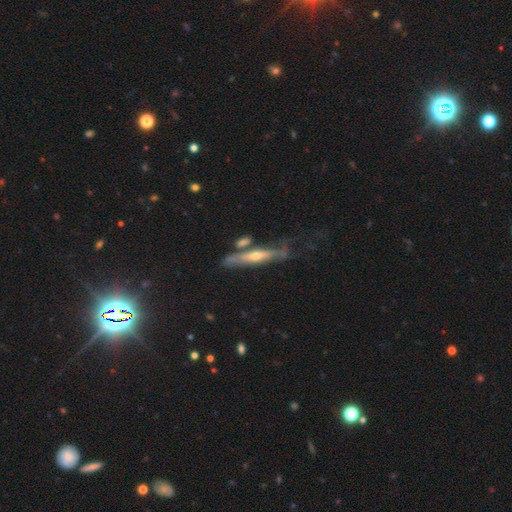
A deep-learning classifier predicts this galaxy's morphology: Smooth or featured?
  - featured or disk: 71% *
  - smooth: 21%
  - star or artifact: 7%
Edge-on disk?
  - yes: 85% *
  - no: 15%
Edge-on bulge?
  - rounded: 79% *
  - none: 16%
  - boxy: 5%
Merging?
  - none: 51% *
  - minor disturbance: 25%
  - merger: 14%
  - major disturbance: 11%